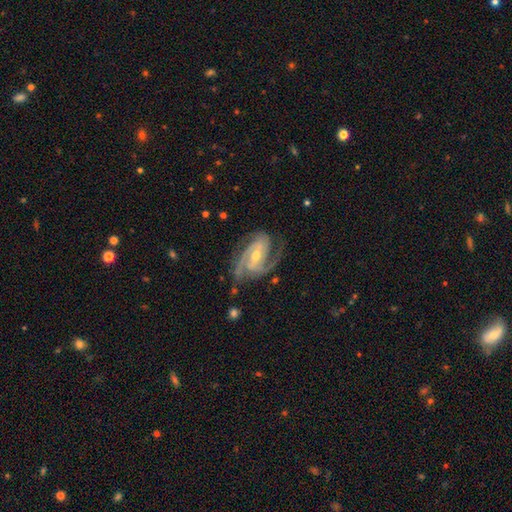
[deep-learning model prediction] A featured or disk galaxy (92%) with a weak bar (40%), 2 (54%) medium (47%) spiral arms (98%) and a small central bulge (49%). Merging: none (73%).